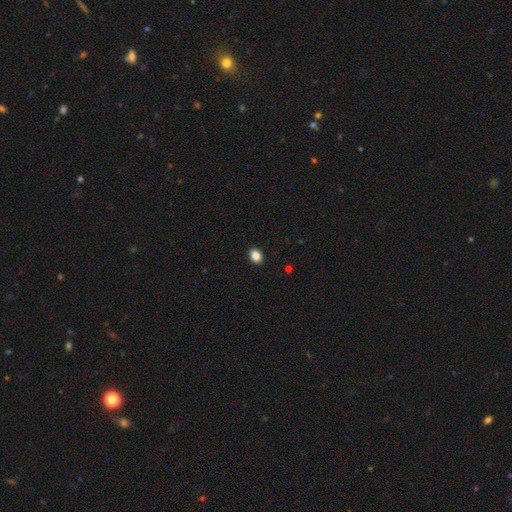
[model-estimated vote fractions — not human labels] Smooth or featured: smooth — 87% (star or artifact — 9%)
How rounded: in between — 67% (round — 32%)
Merging: none — 91% (minor disturbance — 6%)